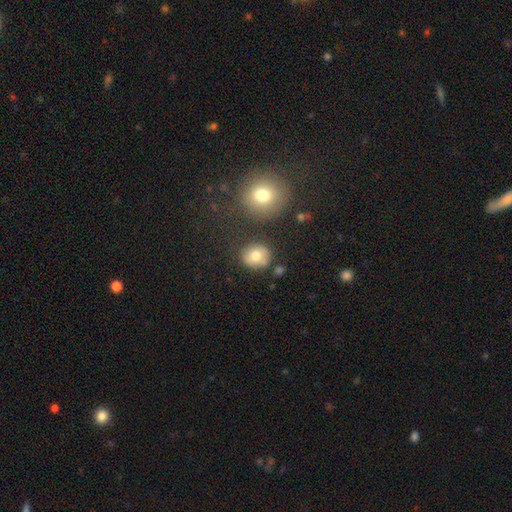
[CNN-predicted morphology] This appears to be a smooth galaxy with no disk features (76%) that is round (80%). Merging: none (78%).